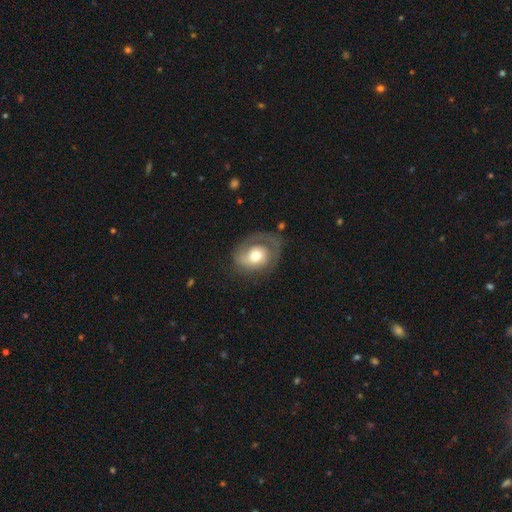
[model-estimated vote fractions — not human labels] The model was most divided on "smooth or featured": featured or disk: 58%, smooth: 35%, star or artifact: 7%. More confident: edge-on disk — no (96%); spiral arms — yes (77%); bar — no (76%); bulge size — moderate (63%); merging — none (53%).